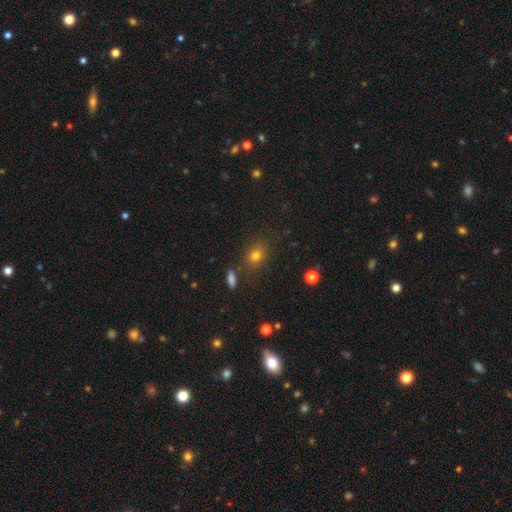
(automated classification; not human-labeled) Smooth or featured?
  - smooth: 75% *
  - star or artifact: 16%
  - featured or disk: 9%
How rounded?
  - in between: 50% *
  - round: 47%
  - cigar-shaped: 2%
Merging?
  - none: 79% *
  - minor disturbance: 12%
  - merger: 5%
  - major disturbance: 4%